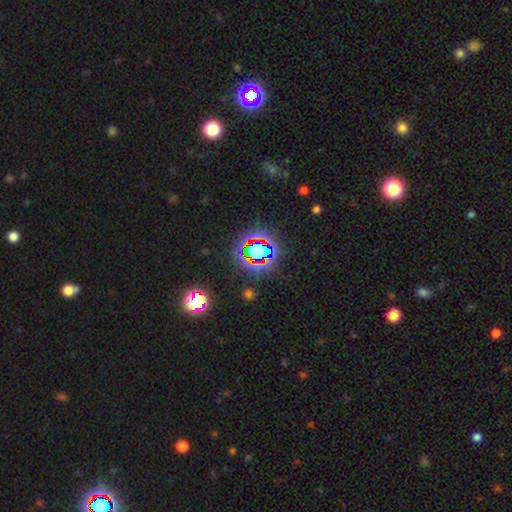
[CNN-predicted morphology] type=star or artifact (68%).